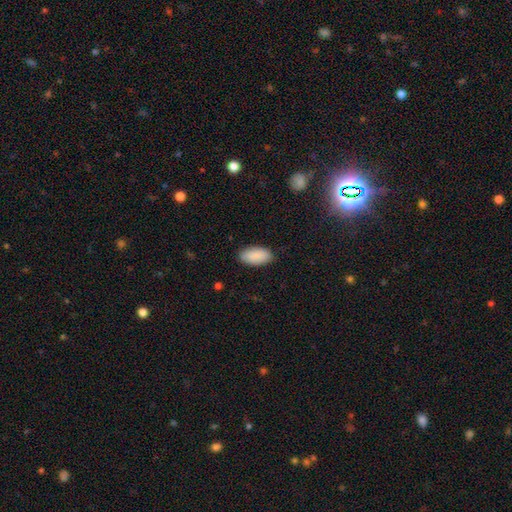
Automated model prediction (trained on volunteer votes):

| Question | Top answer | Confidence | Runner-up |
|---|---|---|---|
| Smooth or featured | smooth | 90% | star or artifact (6%) |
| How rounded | in between | 94% | cigar-shaped (4%) |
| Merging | none | 86% | minor disturbance (10%) |